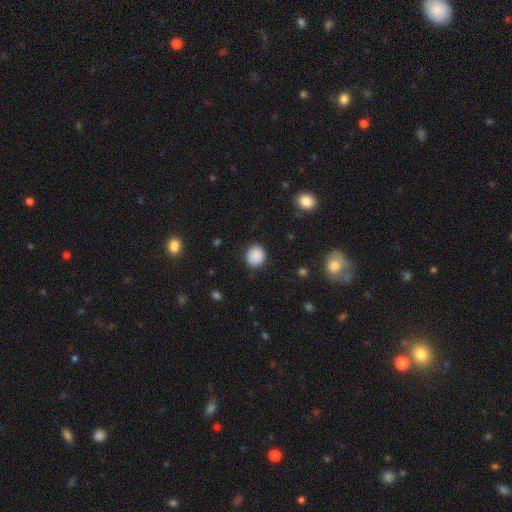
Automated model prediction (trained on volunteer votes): A smooth galaxy with no disk features (88%) that is round (87%). Merging: none (87%).